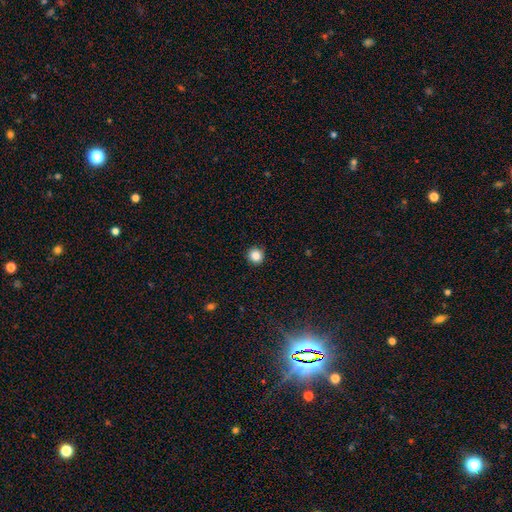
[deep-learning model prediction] Morphology: type=smooth (86%); roundness=round (95%); merging=none (93%).